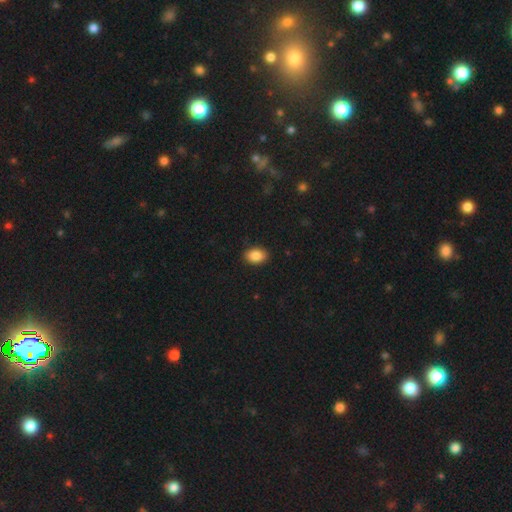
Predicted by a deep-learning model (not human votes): Morphology: type=smooth (88%); roundness=in between (81%); merging=none (90%).